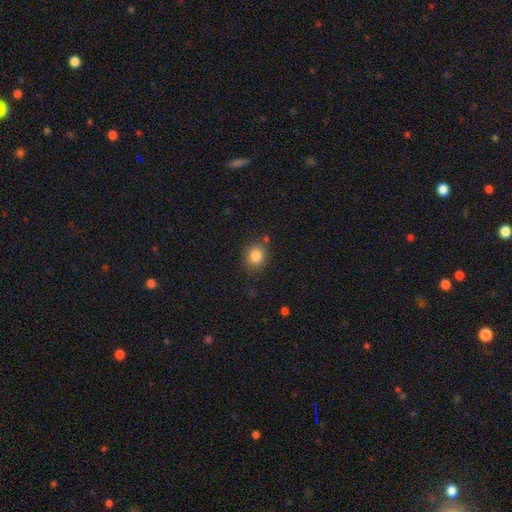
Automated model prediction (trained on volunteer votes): Morphology: type=smooth (84%); roundness=round (69%); merging=none (78%).